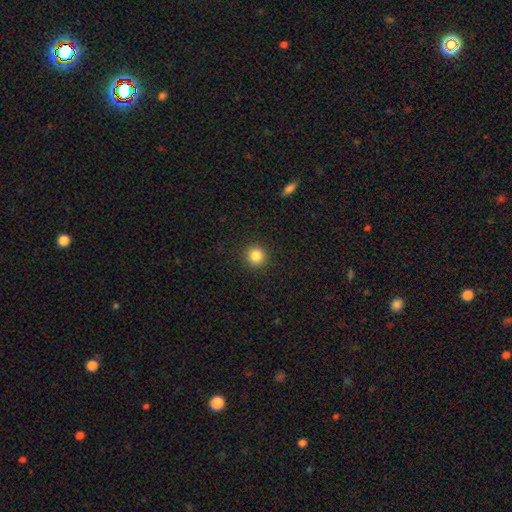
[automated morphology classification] Overall: smooth (85%). How rounded: round (94%). Merging: none (92%).